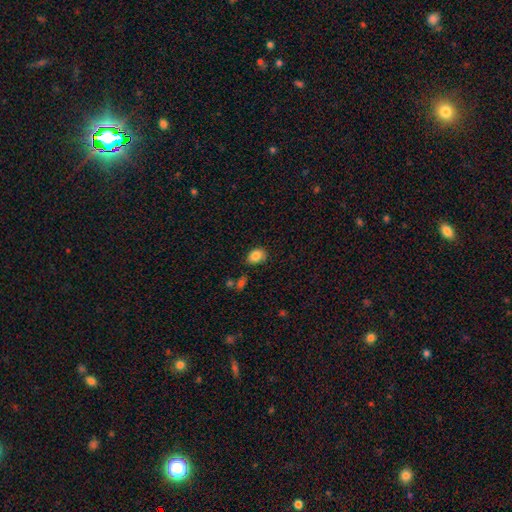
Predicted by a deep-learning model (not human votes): Morphology: type=smooth (85%); roundness=in between (71%); merging=none (72%).